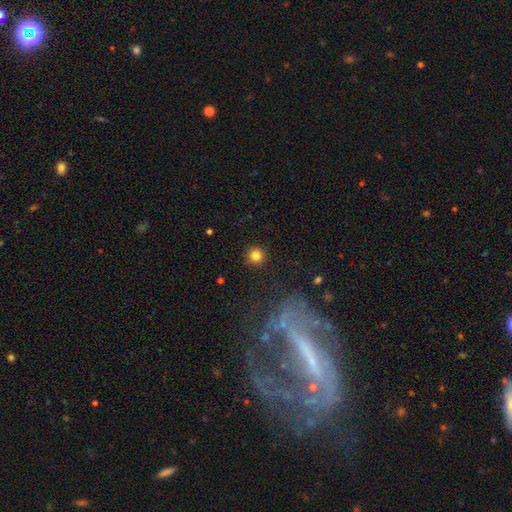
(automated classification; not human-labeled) Smooth or featured? Predicted: smooth (p=0.82). How rounded? Predicted: round (p=0.95). Merging? Predicted: none (p=0.91).